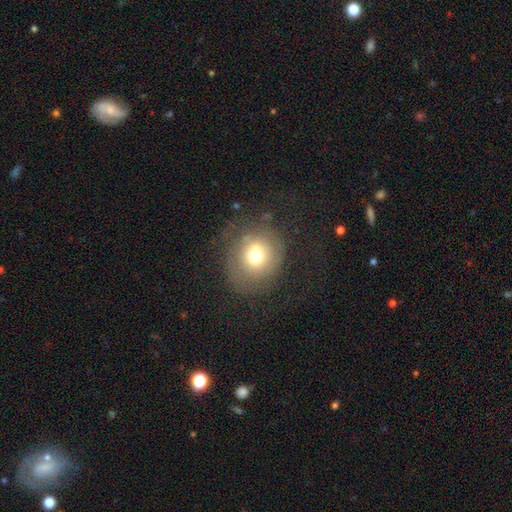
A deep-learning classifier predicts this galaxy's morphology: A smooth galaxy with no disk features (63%) that is round (82%).

Vote fractions:
- Smooth or featured? smooth: 63% / featured or disk: 24% / star or artifact: 13%
- How rounded? round: 82% / in between: 17% / cigar-shaped: 1%
- Merging? none: 53% / merger: 18% / minor disturbance: 17% / major disturbance: 12%